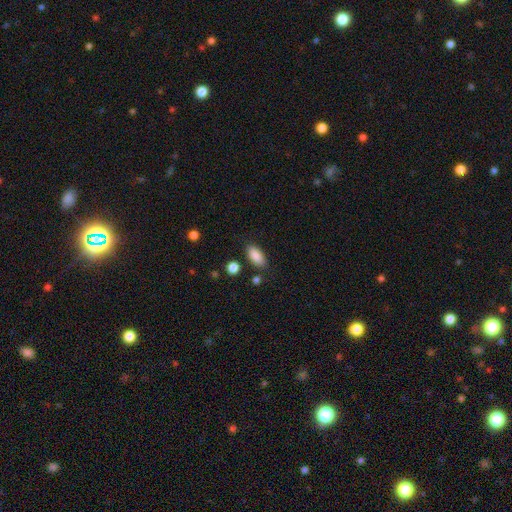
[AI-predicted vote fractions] A smooth galaxy with no disk features (88%) that is in between round and cigar-shaped (90%). Merging: none (84%).